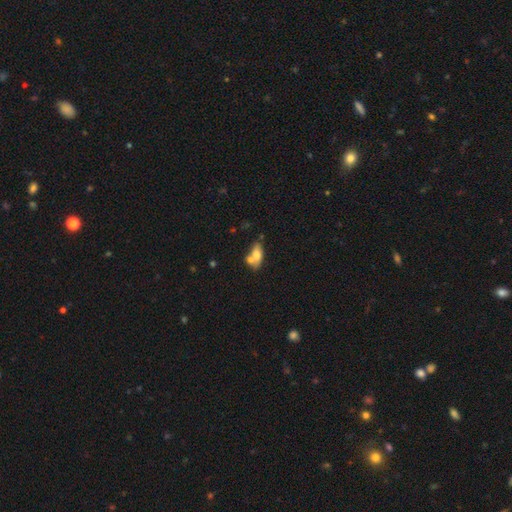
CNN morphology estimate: A smooth galaxy with no disk features (68%) that is in between round and cigar-shaped (84%). Merging: merger (44%).